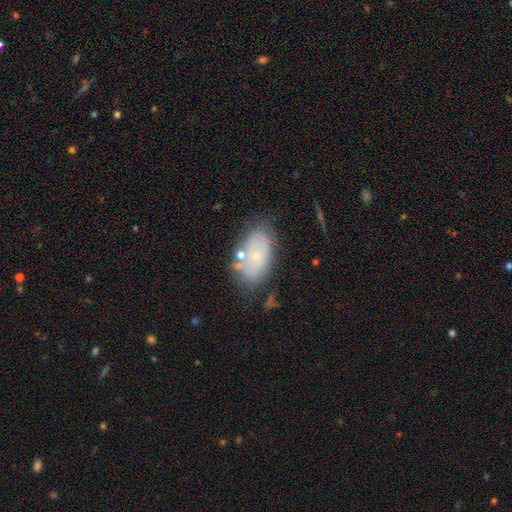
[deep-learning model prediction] Overall: smooth (54%; featured or disk 36%). How rounded: in between (92%). Merging: none (62%; minor disturbance 23%).